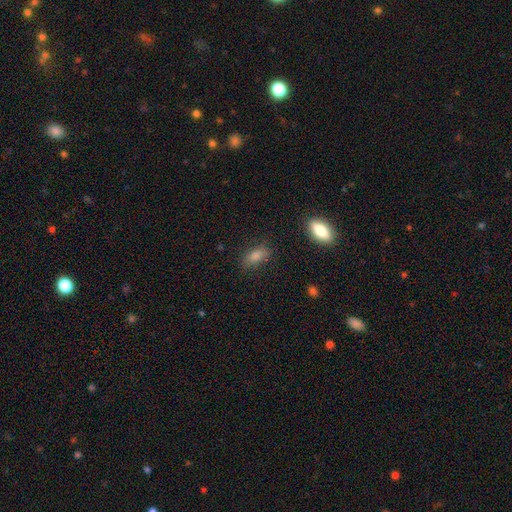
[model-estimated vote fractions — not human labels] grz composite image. It shows a smooth galaxy with no disk features (79%) that is in between round and cigar-shaped (80%). Merging: none (78%).